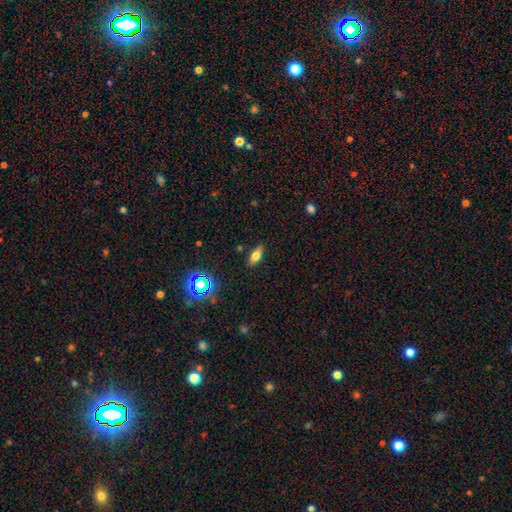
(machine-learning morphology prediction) type=smooth (66%); roundness=in between (78%); merging=none (87%).